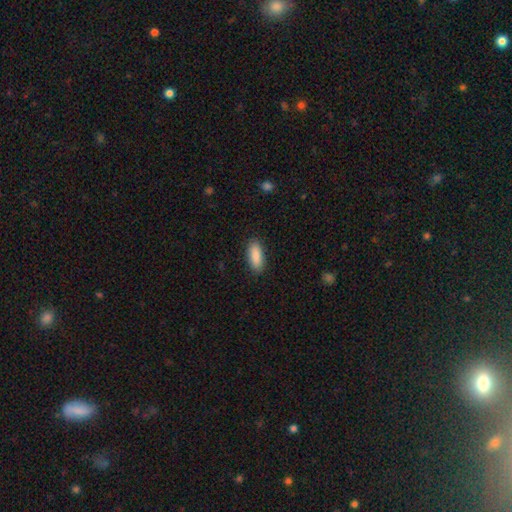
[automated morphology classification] A smooth galaxy with no disk features (90%) that is in between round and cigar-shaped (78%).

Vote fractions:
- Smooth or featured? smooth: 90% / star or artifact: 6% / featured or disk: 5%
- How rounded? in between: 78% / cigar-shaped: 20% / round: 2%
- Merging? none: 89% / minor disturbance: 8% / major disturbance: 2% / merger: 1%